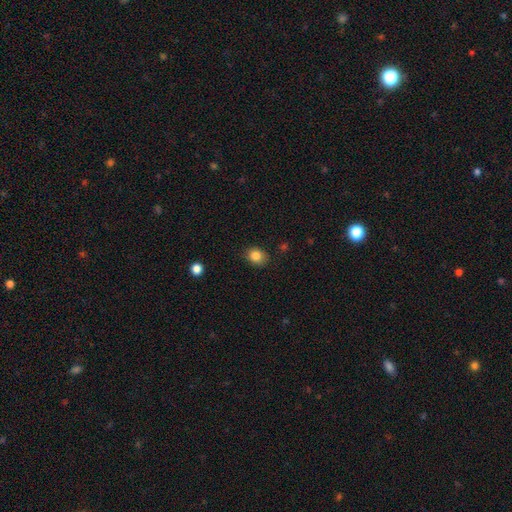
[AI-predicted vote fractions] smooth-or-featured: smooth: 84% | star or artifact: 10% | featured or disk: 5%
  how-rounded: round: 58% | in between: 41% | cigar-shaped: 1%
  merging: none: 84% | minor disturbance: 12% | major disturbance: 3% | merger: 1%